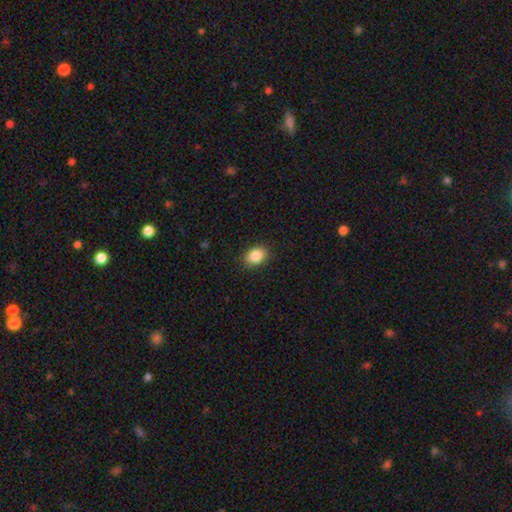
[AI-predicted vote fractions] The model was most divided on "how rounded": in between: 71%, round: 28%, cigar-shaped: 1%. More confident: merging — none (89%); smooth or featured — smooth (87%).